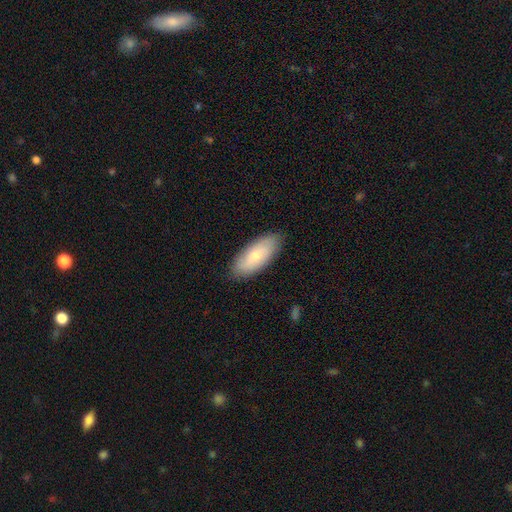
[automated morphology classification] A smooth galaxy with no disk features (69%) that is in between round and cigar-shaped (84%).

Vote fractions:
- Smooth or featured? smooth: 69% / featured or disk: 26% / star or artifact: 6%
- How rounded? in between: 84% / cigar-shaped: 14% / round: 2%
- Merging? none: 85% / minor disturbance: 11% / major disturbance: 2% / merger: 1%